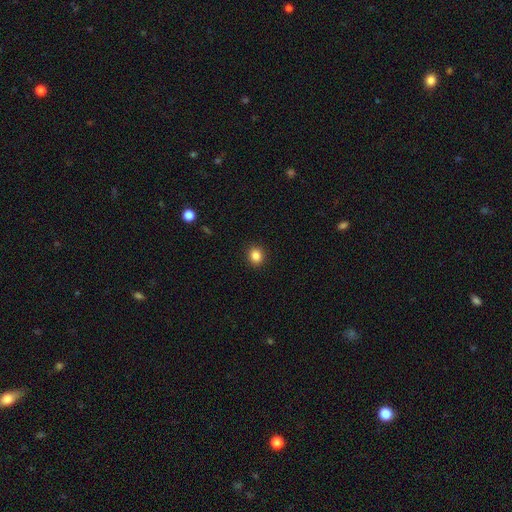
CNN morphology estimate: A smooth galaxy with no disk features (86%) that is round (75%). Merging: none (91%).